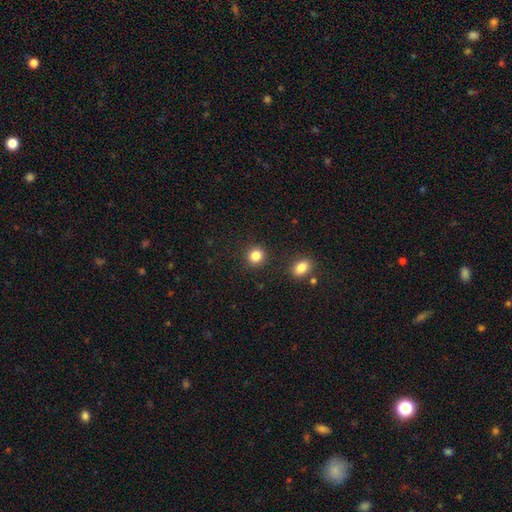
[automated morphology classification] A smooth galaxy with no disk features (85%) that is round (84%).

Vote fractions:
- Smooth or featured? smooth: 85% / star or artifact: 11% / featured or disk: 4%
- How rounded? round: 84% / in between: 15% / cigar-shaped: 1%
- Merging? none: 88% / minor disturbance: 6% / merger: 3% / major disturbance: 2%